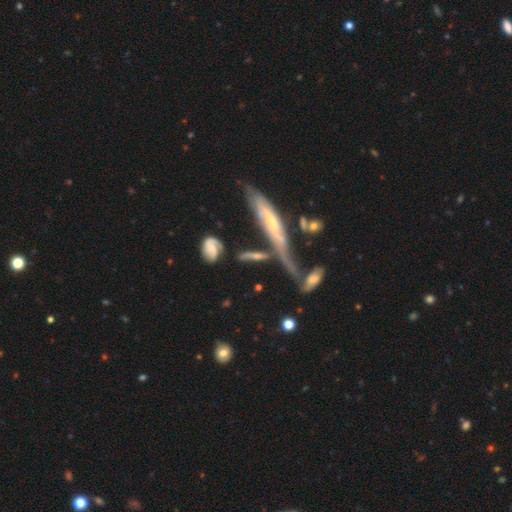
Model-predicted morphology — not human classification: Smooth or featured? Predicted: featured or disk (p=0.68). Edge-on disk? Predicted: yes (p=0.71). Merging? Predicted: none (p=0.44).